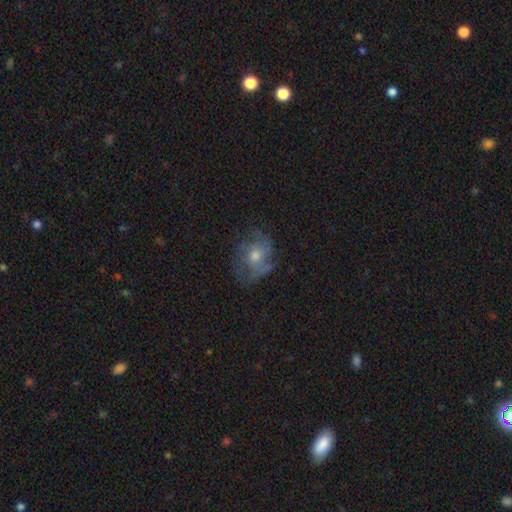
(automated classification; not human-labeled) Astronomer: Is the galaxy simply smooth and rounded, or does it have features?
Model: featured or disk — 62%.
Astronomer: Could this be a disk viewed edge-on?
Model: no — 97%.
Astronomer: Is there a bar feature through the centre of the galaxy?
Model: no — 81%.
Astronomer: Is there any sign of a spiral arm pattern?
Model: yes — 77%.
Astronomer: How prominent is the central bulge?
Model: moderate — 64%.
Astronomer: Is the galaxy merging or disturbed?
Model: none — 60%.